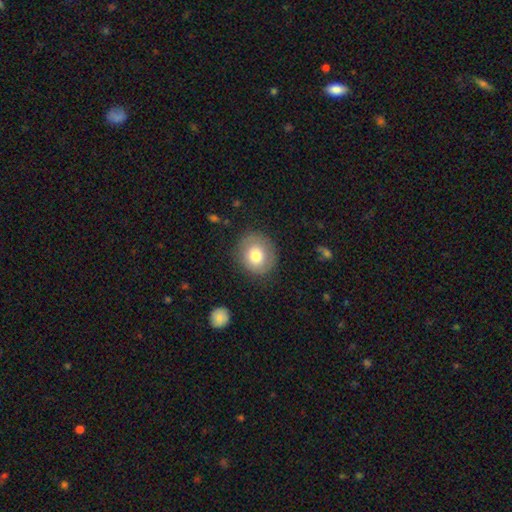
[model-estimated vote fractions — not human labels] Morphology: type=smooth (76%); roundness=round (80%); merging=none (83%).